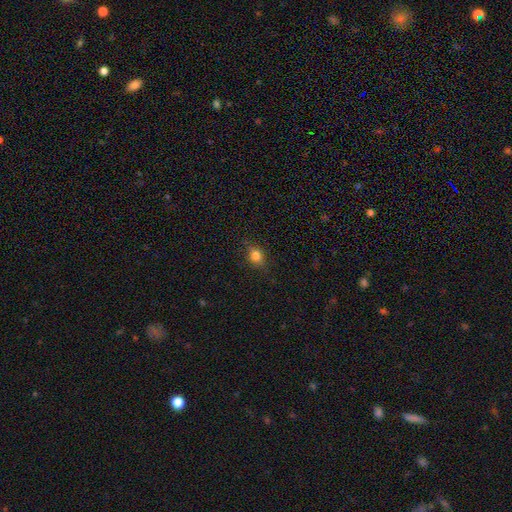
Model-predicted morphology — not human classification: smooth_or_featured: smooth (p=0.79) [alt: star or artifact p=0.12]
how_rounded: round (p=0.51) [alt: in between p=0.46]
merging: none (p=0.80) [alt: minor disturbance p=0.15]